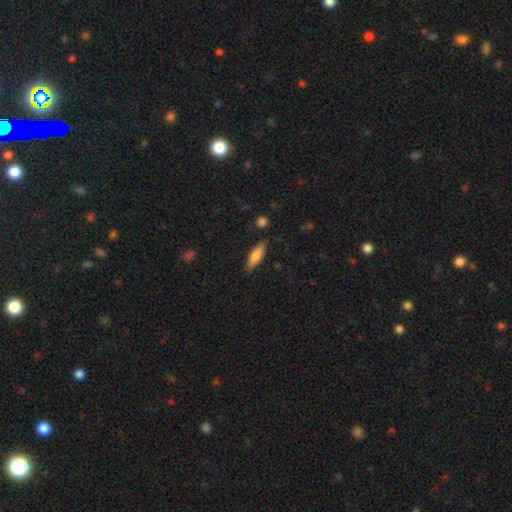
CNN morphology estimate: Smooth or featured? Predicted: smooth (p=0.74). How rounded? Predicted: cigar-shaped (p=0.52). Merging? Predicted: none (p=0.80).